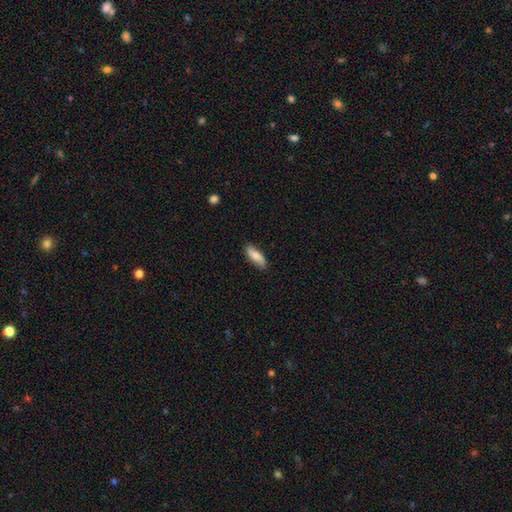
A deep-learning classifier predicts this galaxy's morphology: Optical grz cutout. It shows a smooth galaxy with no disk features (76%) that is in between round and cigar-shaped (58%). Merging: none (80%).